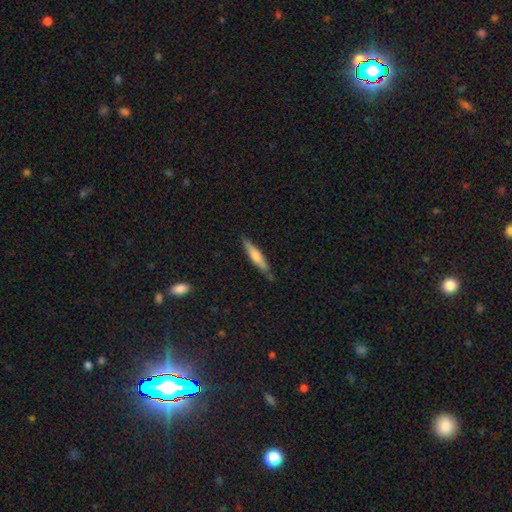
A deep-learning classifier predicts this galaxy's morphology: Smooth or featured: smooth — 55% (featured or disk — 39%)
How rounded: cigar-shaped — 89% (in between — 10%)
Merging: none — 82% (minor disturbance — 14%)